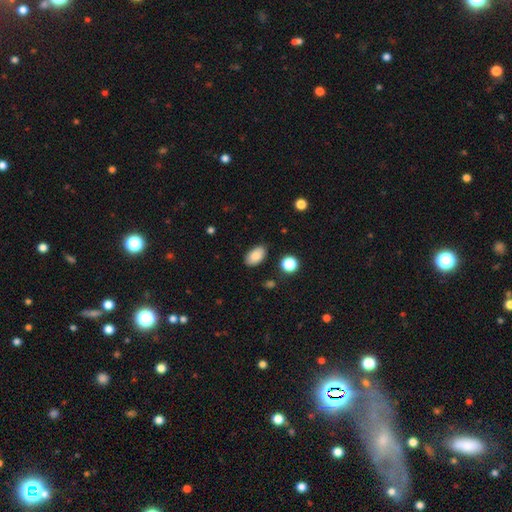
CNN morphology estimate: A smooth galaxy with no disk features (86%) that is in between round and cigar-shaped (93%).

Vote fractions:
- Smooth or featured? smooth: 86% / star or artifact: 8% / featured or disk: 6%
- How rounded? in between: 93% / round: 6% / cigar-shaped: 1%
- Merging? none: 86% / minor disturbance: 10% / major disturbance: 2% / merger: 2%